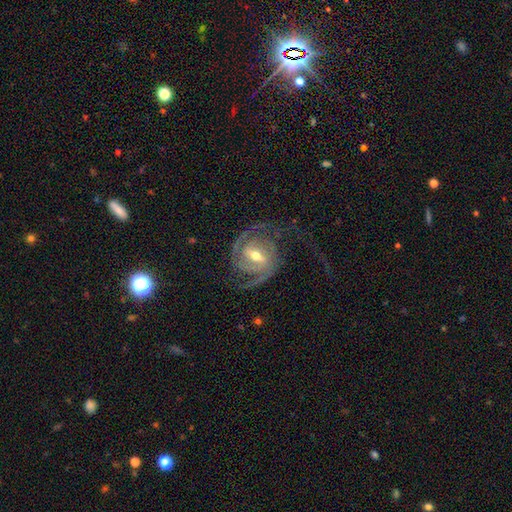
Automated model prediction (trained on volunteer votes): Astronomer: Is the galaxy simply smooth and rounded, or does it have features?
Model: featured or disk — 91%.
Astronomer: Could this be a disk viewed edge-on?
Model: no — 97%.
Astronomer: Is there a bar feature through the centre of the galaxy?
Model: strong — 46% (runner-up: weak, 41%).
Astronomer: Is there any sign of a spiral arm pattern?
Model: yes — 98%.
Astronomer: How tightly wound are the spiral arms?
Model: medium — 45% (runner-up: tight, 37%).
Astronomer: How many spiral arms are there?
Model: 2 — 65%.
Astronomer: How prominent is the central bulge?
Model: moderate — 66%.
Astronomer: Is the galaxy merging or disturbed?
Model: none — 65%.